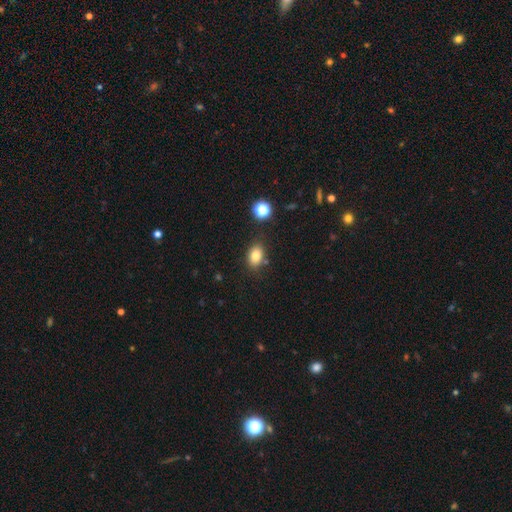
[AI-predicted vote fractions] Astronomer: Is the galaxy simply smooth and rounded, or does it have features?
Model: smooth — 81%.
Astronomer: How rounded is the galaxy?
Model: in between — 77%.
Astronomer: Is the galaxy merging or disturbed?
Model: none — 80%.